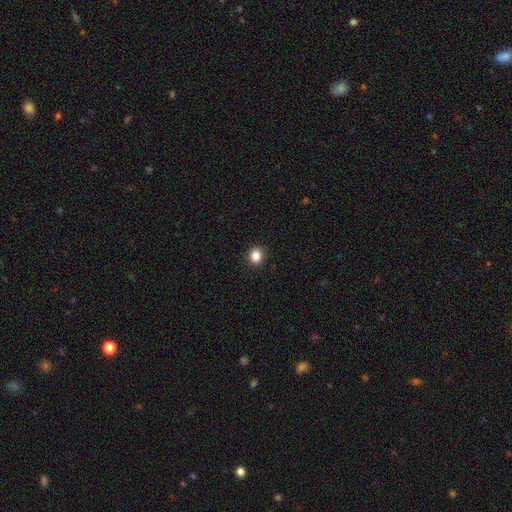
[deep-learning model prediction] Smooth or featured: smooth — 86% (star or artifact — 10%)
How rounded: round — 75% (in between — 24%)
Merging: none — 91% (minor disturbance — 7%)